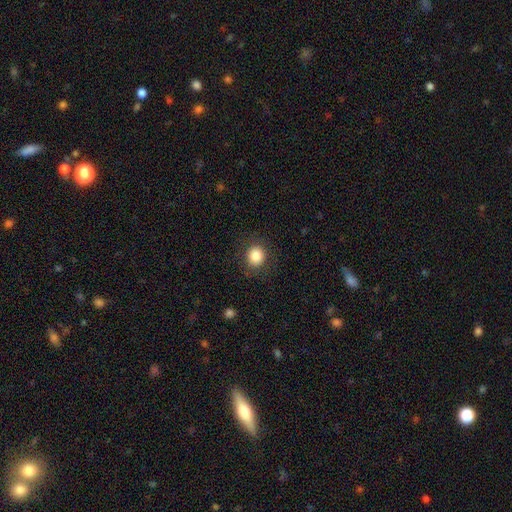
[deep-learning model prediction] Q: Smooth or featured?
A: smooth (84%); runner-up: star or artifact (10%)
Q: How rounded?
A: round (82%); runner-up: in between (17%)
Q: Merging?
A: none (88%); runner-up: minor disturbance (8%)